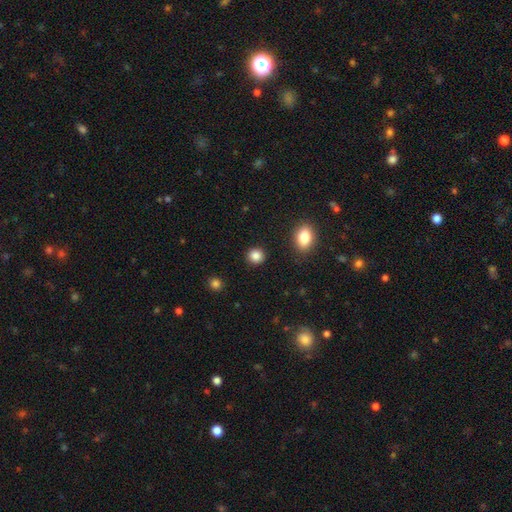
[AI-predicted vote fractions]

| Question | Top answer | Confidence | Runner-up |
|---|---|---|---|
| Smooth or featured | smooth | 86% | star or artifact (10%) |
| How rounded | round | 87% | in between (12%) |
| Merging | none | 91% | minor disturbance (6%) |